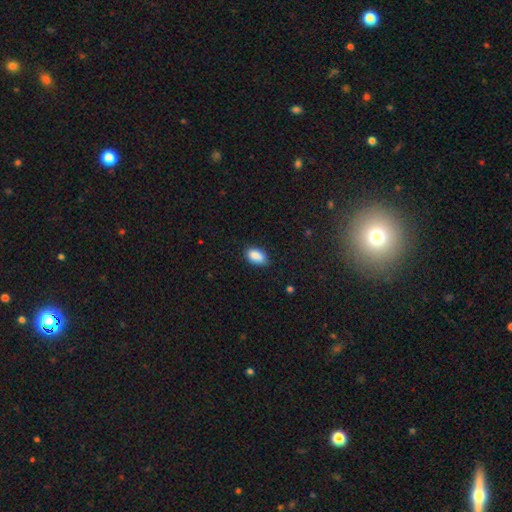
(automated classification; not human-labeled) Smooth or featured? Predicted: smooth (p=0.88). How rounded? Predicted: in between (p=0.90). Merging? Predicted: none (p=0.75).